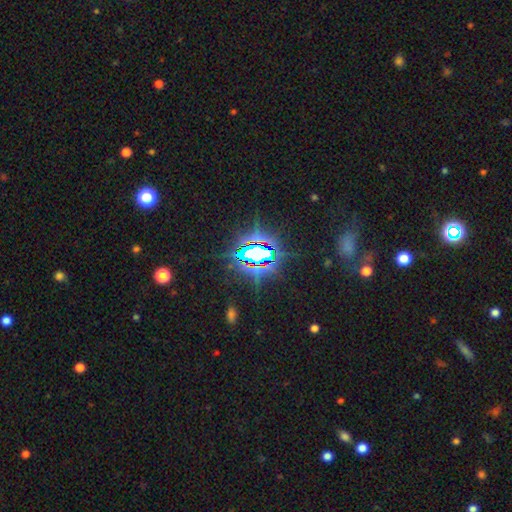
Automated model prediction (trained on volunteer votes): Q: Smooth or featured?
A: star or artifact (81%); runner-up: smooth (10%)